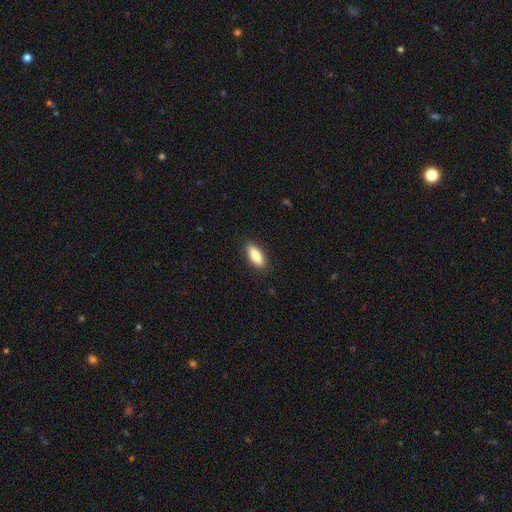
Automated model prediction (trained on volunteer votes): Smooth or featured? Predicted: smooth (p=0.85). How rounded? Predicted: in between (p=0.70). Merging? Predicted: none (p=0.88).